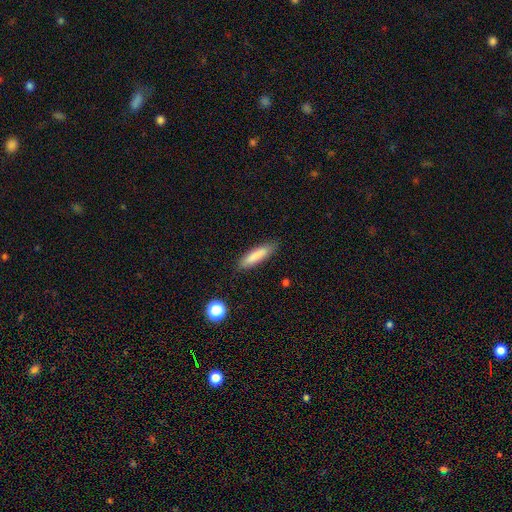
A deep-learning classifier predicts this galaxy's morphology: A smooth galaxy with no disk features (84%) that is cigar-shaped (70%). Merging: none (85%).